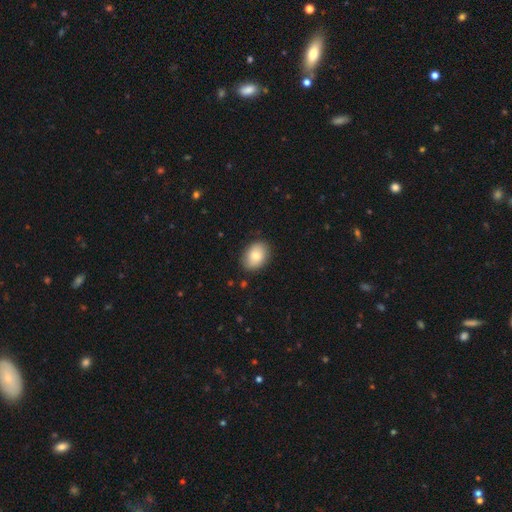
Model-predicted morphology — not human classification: Smooth or featured: smooth — 81% (featured or disk — 12%)
How rounded: in between — 76% (round — 23%)
Merging: none — 86% (minor disturbance — 10%)